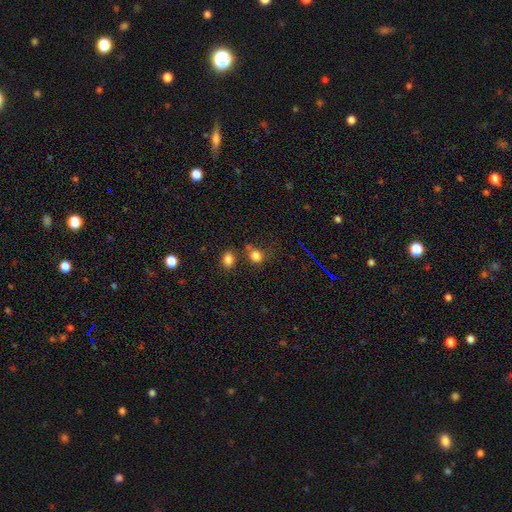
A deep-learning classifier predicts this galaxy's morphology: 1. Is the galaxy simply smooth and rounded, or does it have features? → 79% smooth, 15% star or artifact, 6% featured or disk.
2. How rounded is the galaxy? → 72% round, 27% in between, 1% cigar-shaped.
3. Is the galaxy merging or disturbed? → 62% none, 20% merger, 13% minor disturbance, 5% major disturbance.